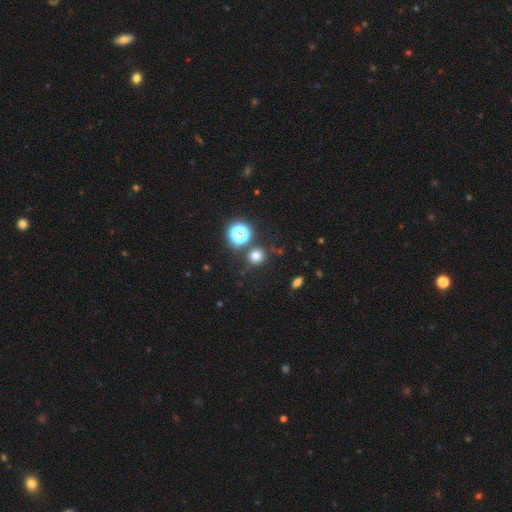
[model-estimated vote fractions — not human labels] Overall: smooth (72%). How rounded: round (91%). Merging: none (82%).